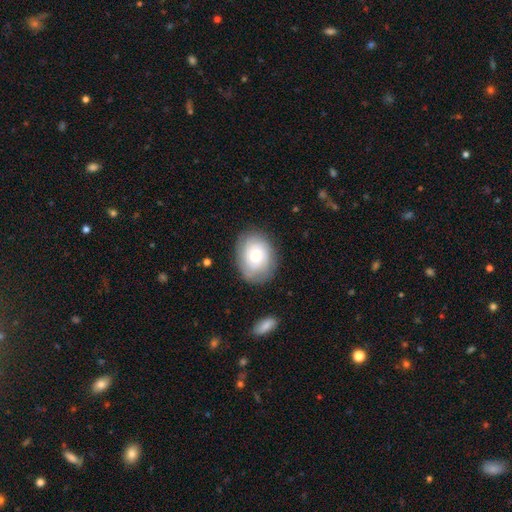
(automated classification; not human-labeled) Smooth or featured? Predicted: featured or disk (p=0.49). Merging? Predicted: none (p=0.79).